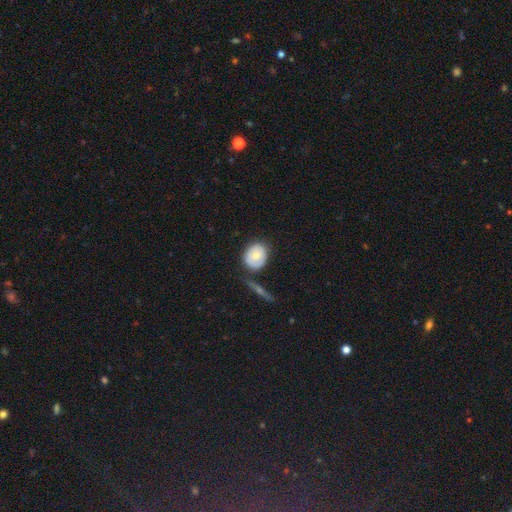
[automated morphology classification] Smooth or featured: smooth — 65% (featured or disk — 29%)
How rounded: round — 62% (in between — 36%)
Merging: none — 63% (minor disturbance — 20%)